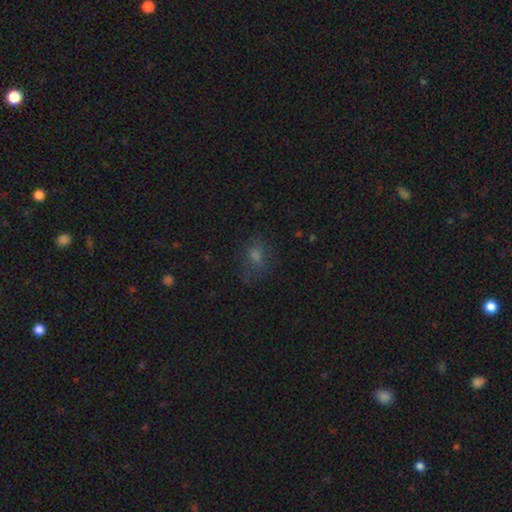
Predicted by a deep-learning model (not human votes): smooth 63%, star or artifact 23%, featured or disk 14%. Down the decision tree: how rounded — in between (57%); merging — none (66%).